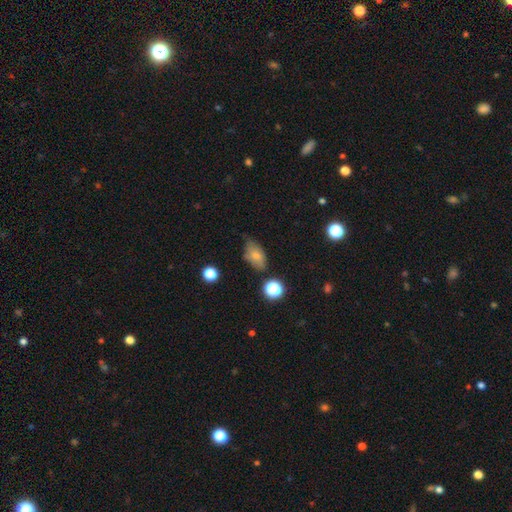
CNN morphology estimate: Smooth or featured? smooth (70%)
How rounded? in between (84%)
Merging? none (58%)